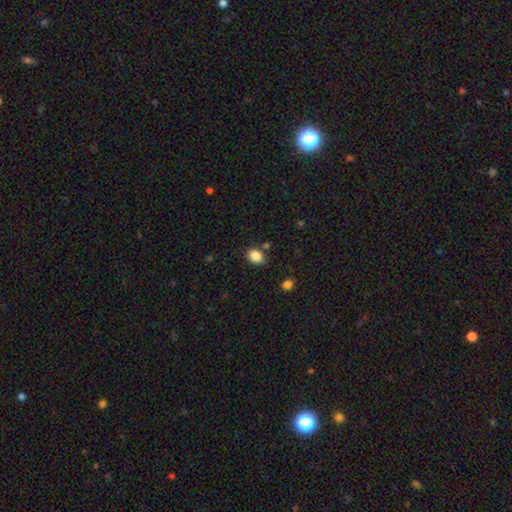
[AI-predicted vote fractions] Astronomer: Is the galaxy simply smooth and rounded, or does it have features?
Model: smooth — 87%.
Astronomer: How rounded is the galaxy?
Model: in between — 57% (runner-up: round, 42%).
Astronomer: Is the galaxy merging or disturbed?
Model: none — 81%.